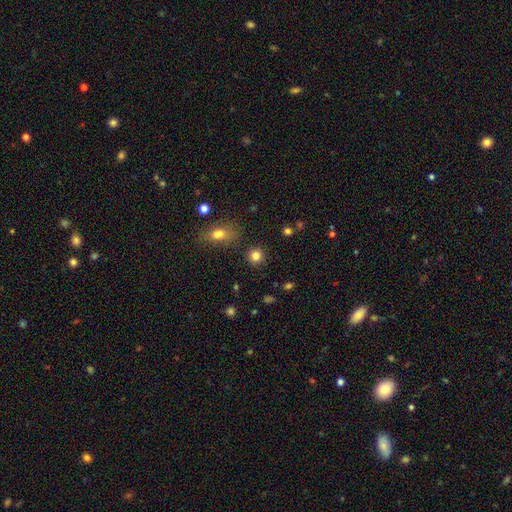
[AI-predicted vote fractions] Overall: smooth (83%). How rounded: round (91%). Merging: none (88%).